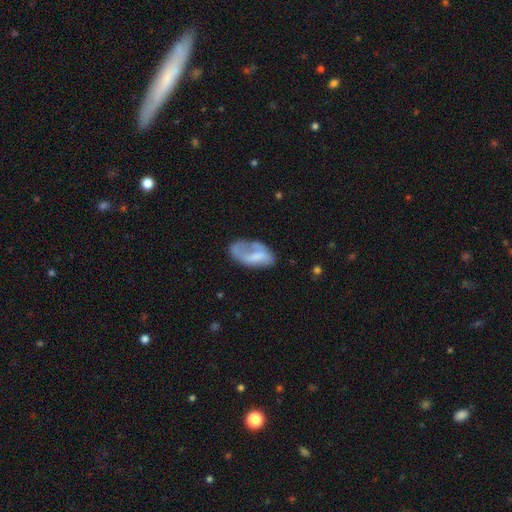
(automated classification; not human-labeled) Smooth or featured? Predicted: smooth (p=0.53). How rounded? Predicted: in between (p=0.92). Merging? Predicted: none (p=0.35).